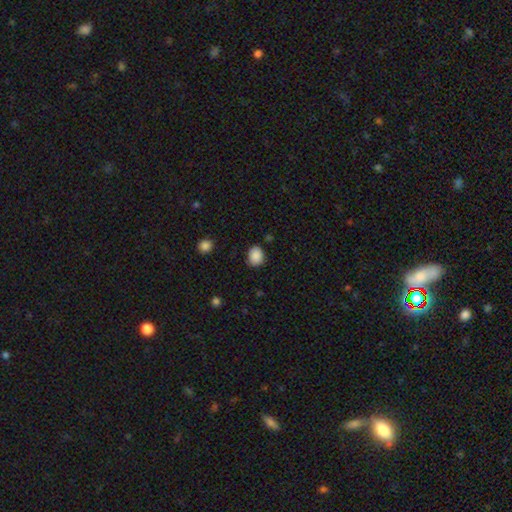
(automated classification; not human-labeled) Morphology: type=smooth (89%); roundness=round (53%); merging=none (83%).